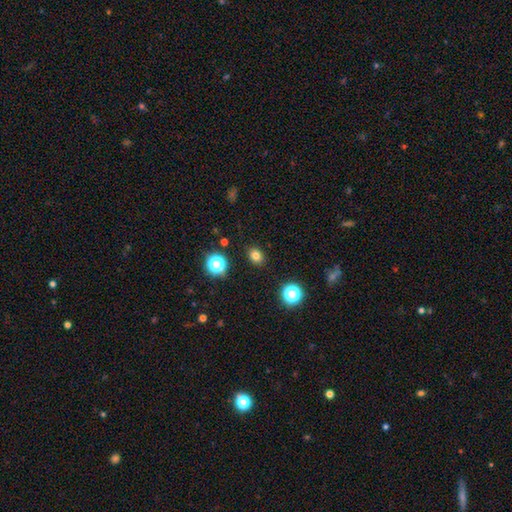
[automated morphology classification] A smooth galaxy with no disk features (78%) that is round (55%). Merging: none (88%).